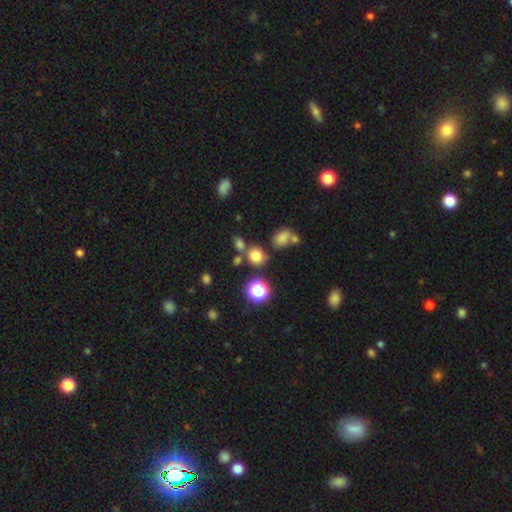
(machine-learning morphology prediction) The model was most divided on "merging": none: 68%, merger: 16%, minor disturbance: 11%, major disturbance: 5%. More confident: how rounded — round (81%); smooth or featured — smooth (72%).